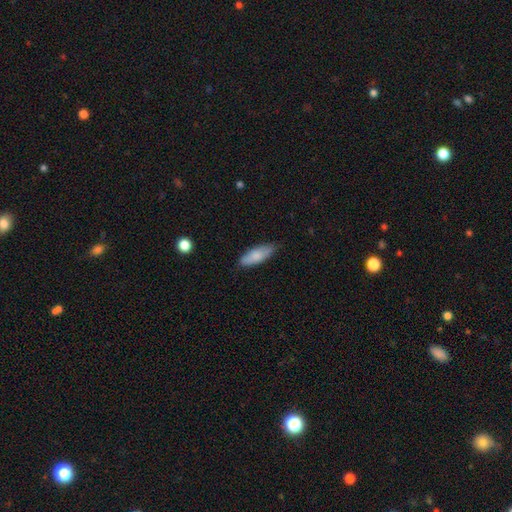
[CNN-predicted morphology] smooth_or_featured: smooth (p=0.82) [alt: featured or disk p=0.13]
how_rounded: in between (p=0.66) [alt: cigar-shaped p=0.33]
merging: none (p=0.74) [alt: minor disturbance p=0.21]